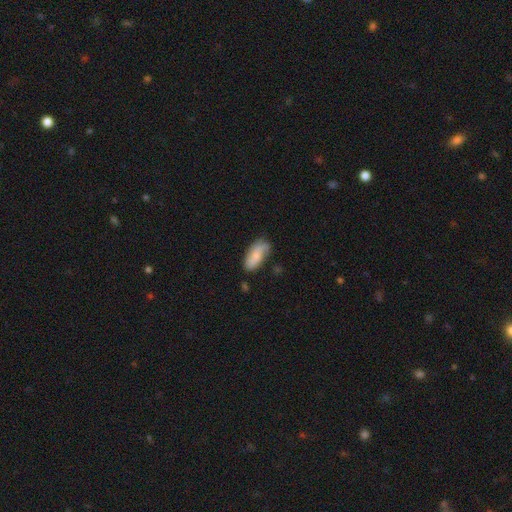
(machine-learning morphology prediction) This is likely a smooth galaxy (61%). How rounded: clearly in between (84%). Merging: likely none (62%).